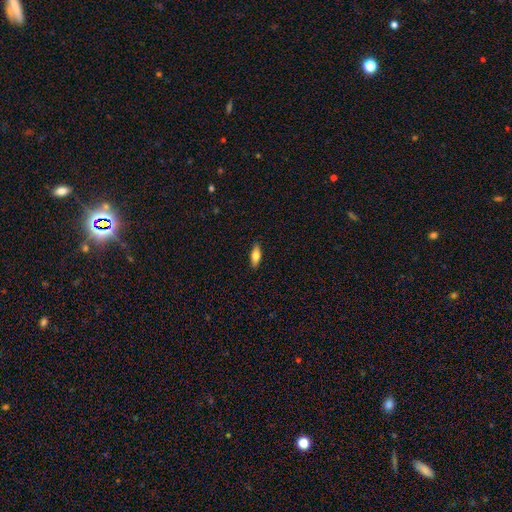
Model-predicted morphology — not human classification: Smooth or featured? smooth (74%)
How rounded? in between (70%)
Merging? none (88%)